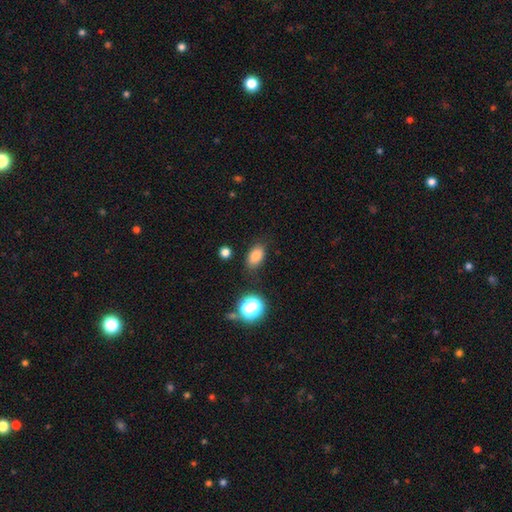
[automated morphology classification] Overall: smooth (81%). How rounded: in between (85%). Merging: none (81%).